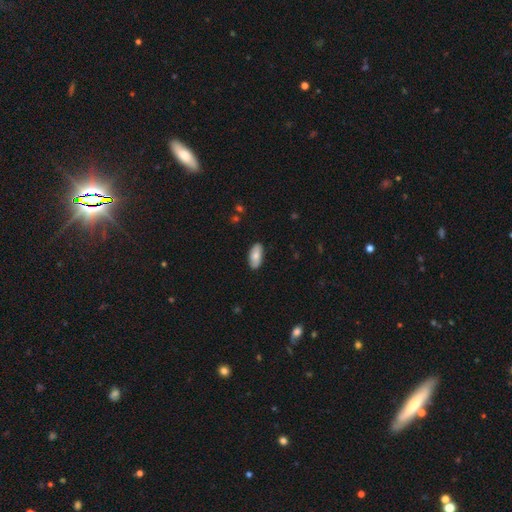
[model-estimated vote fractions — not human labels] Smooth or featured: smooth — 76% (featured or disk — 18%)
How rounded: in between — 92% (cigar-shaped — 5%)
Merging: none — 86% (minor disturbance — 11%)